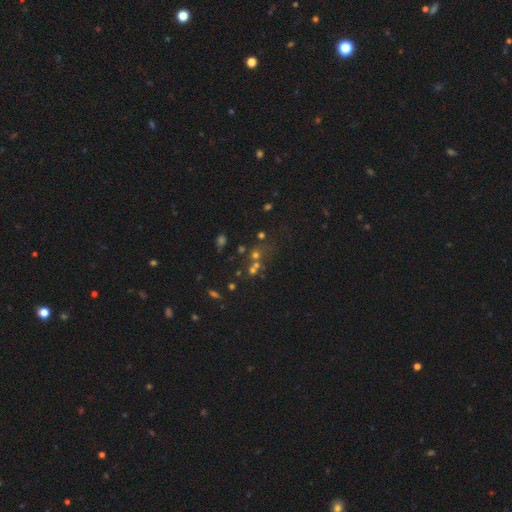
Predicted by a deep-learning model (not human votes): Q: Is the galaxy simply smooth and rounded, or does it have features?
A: star or artifact — 48%.